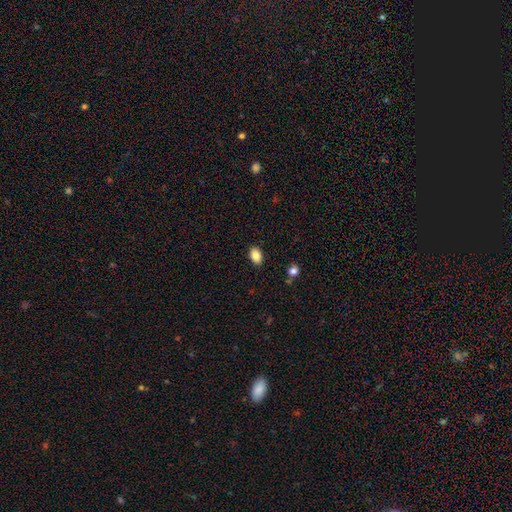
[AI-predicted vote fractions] smooth-or-featured: smooth: 87% | star or artifact: 9% | featured or disk: 4%
  how-rounded: in between: 85% | round: 13% | cigar-shaped: 1%
  merging: none: 88% | minor disturbance: 9% | major disturbance: 2% | merger: 1%